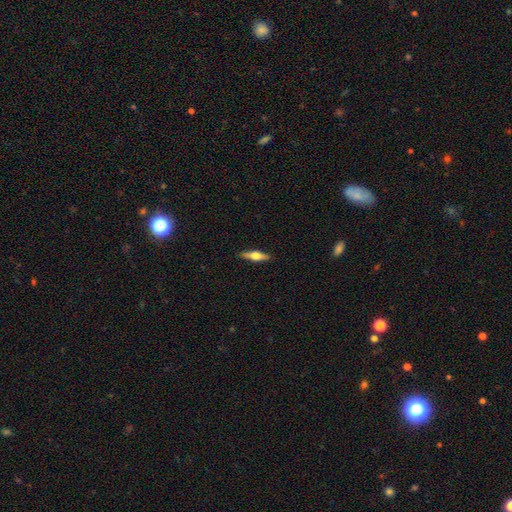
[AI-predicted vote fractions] A featured or disk galaxy (59%) viewed edge-on (96%) with a rounded central bulge (94%).

Vote fractions:
- Smooth or featured? featured or disk: 59% / smooth: 35% / star or artifact: 6%
- Edge-on disk? yes: 96% / no: 4%
- Edge-on bulge? rounded: 94% / boxy: 4% / none: 2%
- Merging? none: 90% / minor disturbance: 8% / major disturbance: 2% / merger: 1%